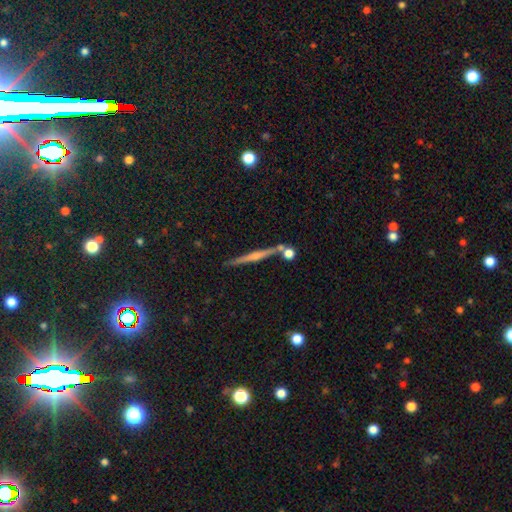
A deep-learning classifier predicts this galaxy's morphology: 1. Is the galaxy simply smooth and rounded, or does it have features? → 61% featured or disk, 20% star or artifact, 19% smooth.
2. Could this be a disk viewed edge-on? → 93% yes, 7% no.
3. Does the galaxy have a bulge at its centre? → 71% rounded, 19% none, 10% boxy.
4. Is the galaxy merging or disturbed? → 78% none, 9% minor disturbance, 8% merger, 4% major disturbance.